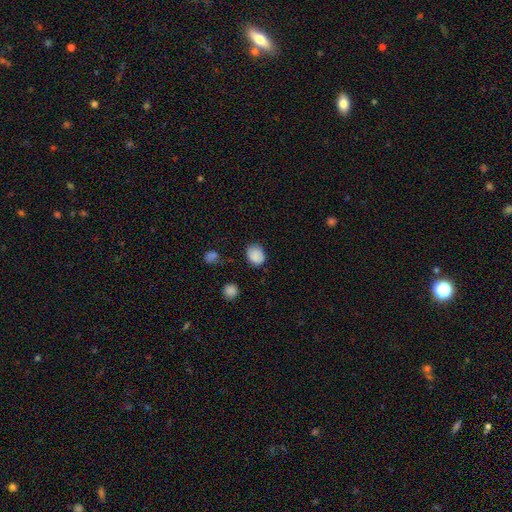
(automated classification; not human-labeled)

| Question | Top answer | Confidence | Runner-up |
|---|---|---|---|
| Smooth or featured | smooth | 86% | star or artifact (10%) |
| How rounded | round | 51% | in between (48%) |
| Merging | none | 78% | minor disturbance (17%) |